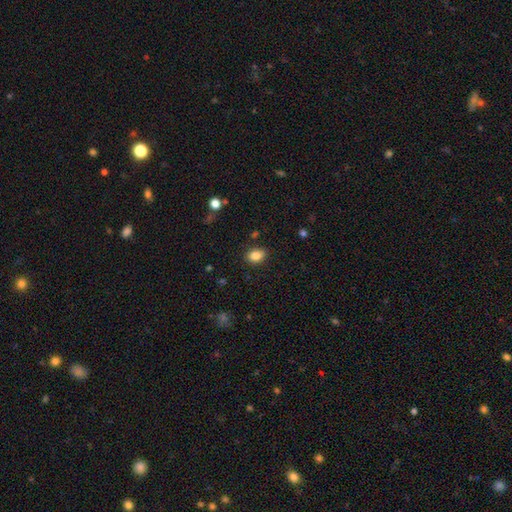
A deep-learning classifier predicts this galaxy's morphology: Overall: smooth (84%). How rounded: in between (70%). Merging: none (84%).